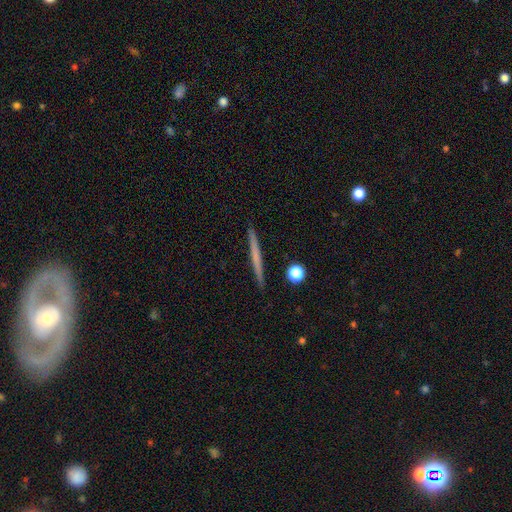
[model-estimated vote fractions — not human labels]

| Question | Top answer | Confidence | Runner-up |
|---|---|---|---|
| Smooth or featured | smooth | 51% | featured or disk (44%) |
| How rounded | cigar-shaped | 96% | in between (2%) |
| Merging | none | 92% | minor disturbance (5%) |